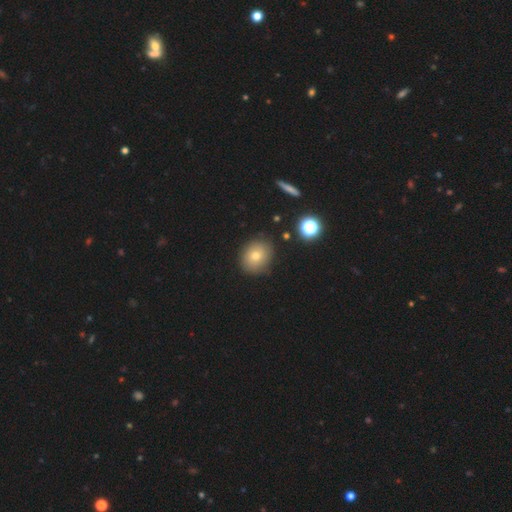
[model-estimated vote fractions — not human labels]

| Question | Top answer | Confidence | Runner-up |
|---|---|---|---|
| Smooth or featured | smooth | 72% | featured or disk (15%) |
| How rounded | round | 62% | in between (37%) |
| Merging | none | 84% | minor disturbance (12%) |